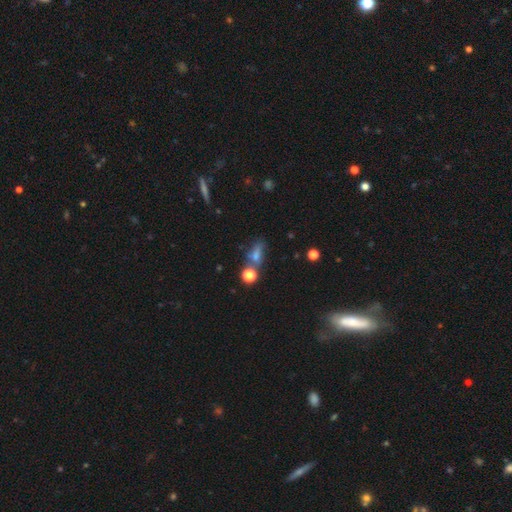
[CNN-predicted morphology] smooth_or_featured: smooth (p=0.52) [alt: star or artifact p=0.27]
how_rounded: in between (p=0.53) [alt: round p=0.26]
merging: none (p=0.54) [alt: merger p=0.18]